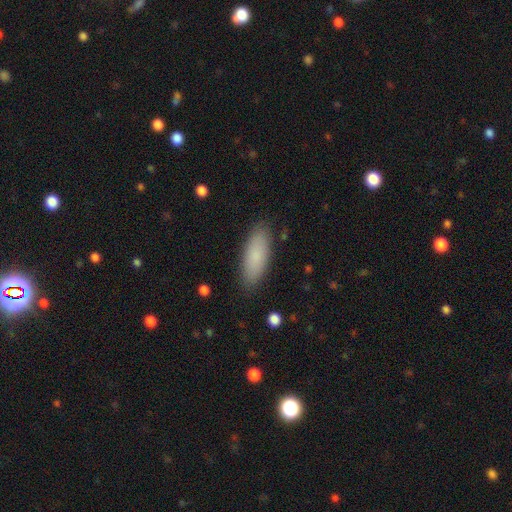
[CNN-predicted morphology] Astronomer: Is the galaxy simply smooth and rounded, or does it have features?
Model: smooth — 85%.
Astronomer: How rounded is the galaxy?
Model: in between — 69%.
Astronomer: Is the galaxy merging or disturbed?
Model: none — 87%.